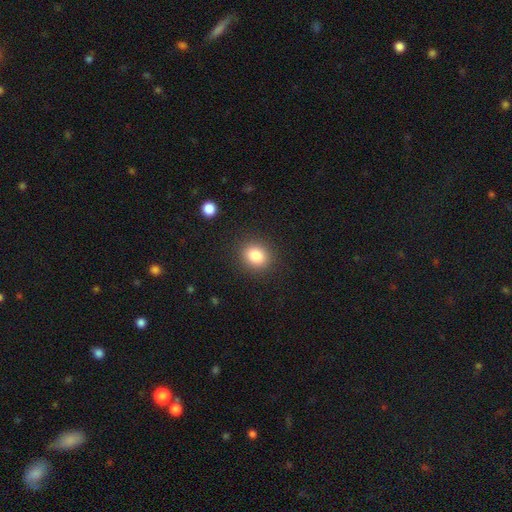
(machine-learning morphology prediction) Overall: smooth (84%). How rounded: round (66%; in between 34%). Merging: none (88%).